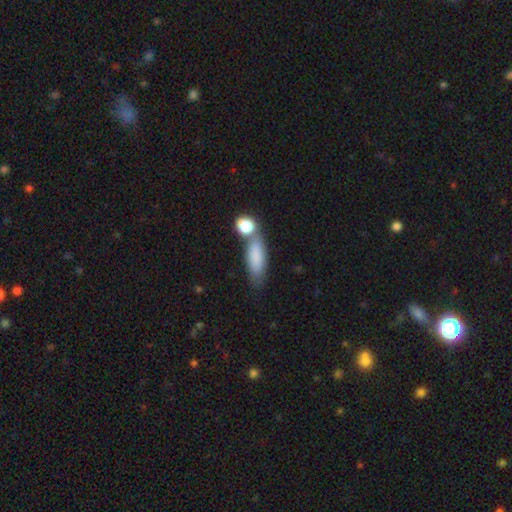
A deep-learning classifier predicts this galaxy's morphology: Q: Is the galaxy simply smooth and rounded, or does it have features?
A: smooth — 83%.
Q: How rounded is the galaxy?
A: in between — 65%.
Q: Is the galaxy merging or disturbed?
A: none — 48%.